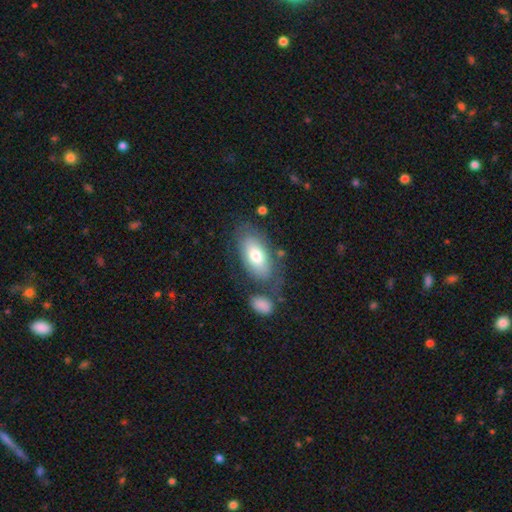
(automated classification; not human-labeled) This appears to be a smooth galaxy with no disk features (72%) that is in between round and cigar-shaped (92%). Merging: none (64%).